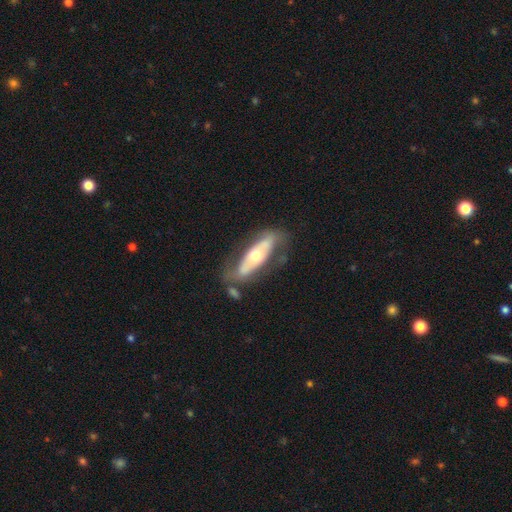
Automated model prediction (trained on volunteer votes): Smooth or featured: featured or disk — 61% (smooth — 33%)
Edge-on disk: no — 71% (yes — 29%)
Merging: none — 62% (minor disturbance — 20%)